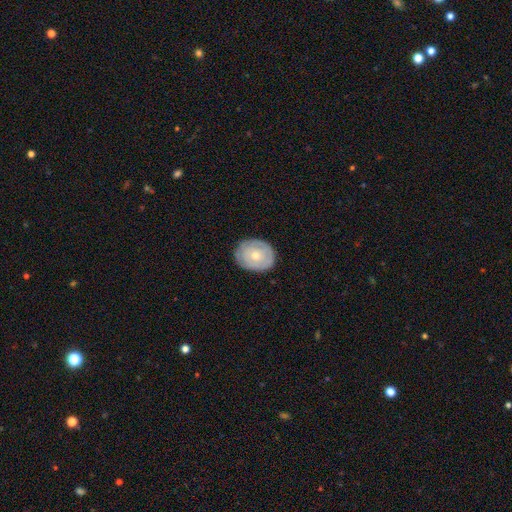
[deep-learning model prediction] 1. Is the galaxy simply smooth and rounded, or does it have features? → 50% smooth, 44% featured or disk, 6% star or artifact.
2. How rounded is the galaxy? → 53% round, 47% in between, 1% cigar-shaped.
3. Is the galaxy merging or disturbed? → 81% none, 15% minor disturbance, 3% major disturbance, 1% merger.